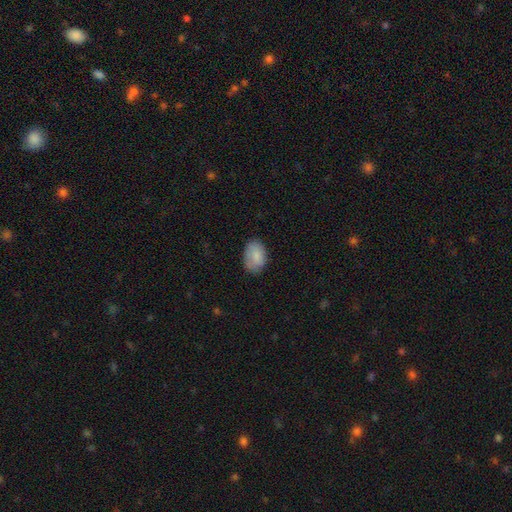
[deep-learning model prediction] This is clearly a smooth galaxy (83%). How rounded: clearly in between (87%). Merging: likely none (77%).